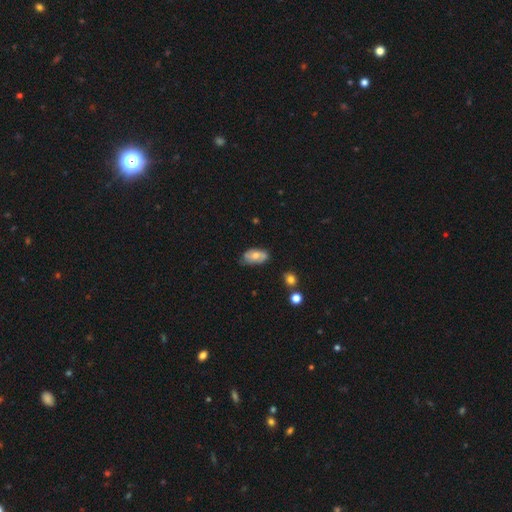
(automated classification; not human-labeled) The model was most divided on "smooth or featured": smooth: 59%, featured or disk: 34%, star or artifact: 8%. More confident: how rounded — in between (92%); merging — none (58%).